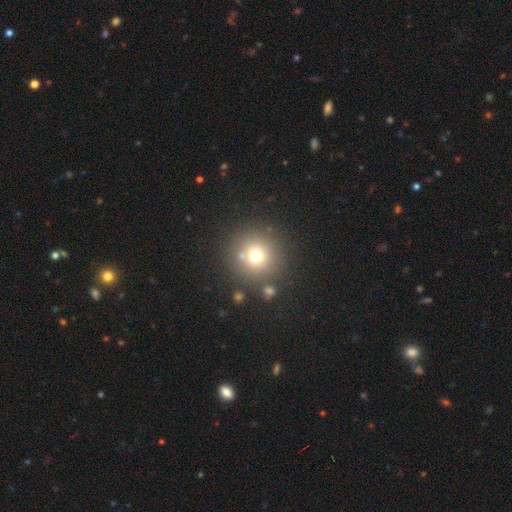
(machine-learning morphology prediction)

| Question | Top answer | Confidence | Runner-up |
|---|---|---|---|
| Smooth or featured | smooth | 69% | star or artifact (18%) |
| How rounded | round | 94% | in between (5%) |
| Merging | none | 81% | minor disturbance (8%) |